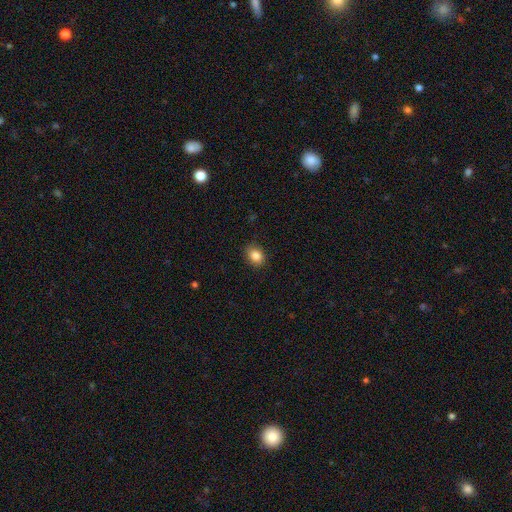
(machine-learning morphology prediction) smooth-or-featured: smooth: 85% | star or artifact: 9% | featured or disk: 6%
  how-rounded: round: 52% | in between: 47% | cigar-shaped: 1%
  merging: none: 87% | minor disturbance: 10% | major disturbance: 2% | merger: 1%